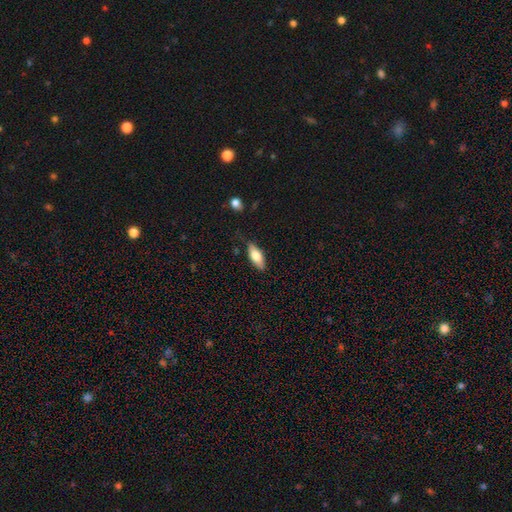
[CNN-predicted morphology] Smooth or featured: smooth — 73% (featured or disk — 21%)
How rounded: in between — 75% (cigar-shaped — 23%)
Merging: none — 77% (minor disturbance — 18%)